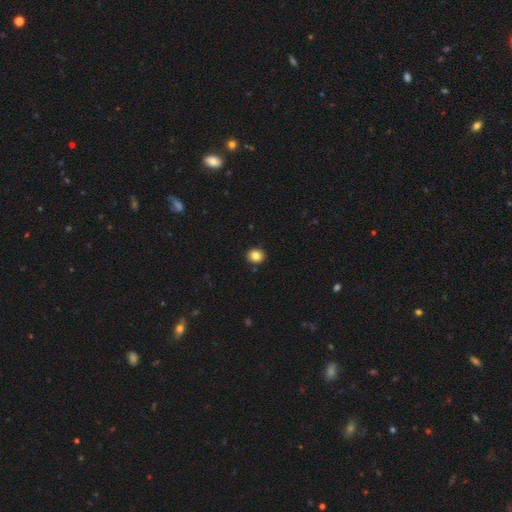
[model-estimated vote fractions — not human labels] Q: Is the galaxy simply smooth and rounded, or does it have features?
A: smooth — 84%.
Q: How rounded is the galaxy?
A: round — 74%.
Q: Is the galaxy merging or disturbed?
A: none — 91%.